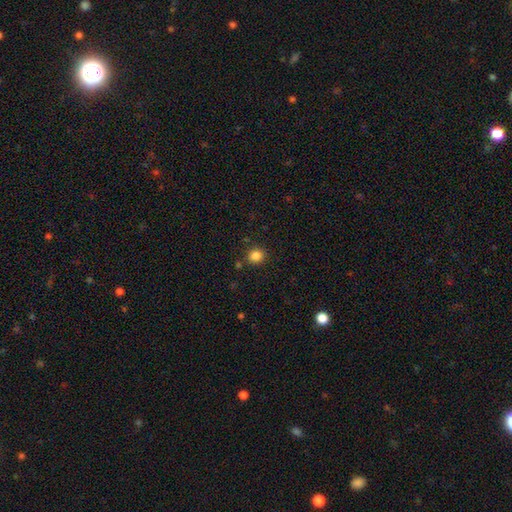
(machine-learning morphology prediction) This is clearly a smooth galaxy (84%). How rounded: likely round (76%). Merging: clearly none (84%).